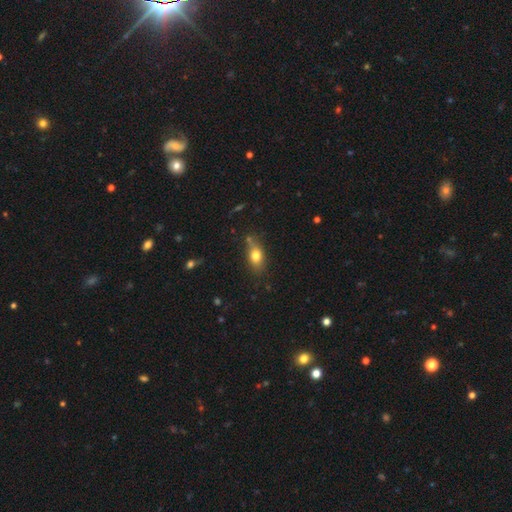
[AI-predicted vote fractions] The model was most divided on "merging": none: 63%, minor disturbance: 23%, merger: 8%, major disturbance: 6%. More confident: smooth or featured — smooth (75%); how rounded — in between (75%).